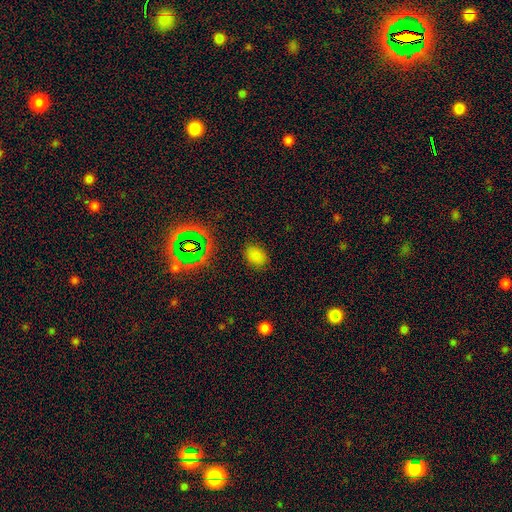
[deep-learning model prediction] Smooth or featured? smooth (75%)
How rounded? in between (71%)
Merging? none (84%)